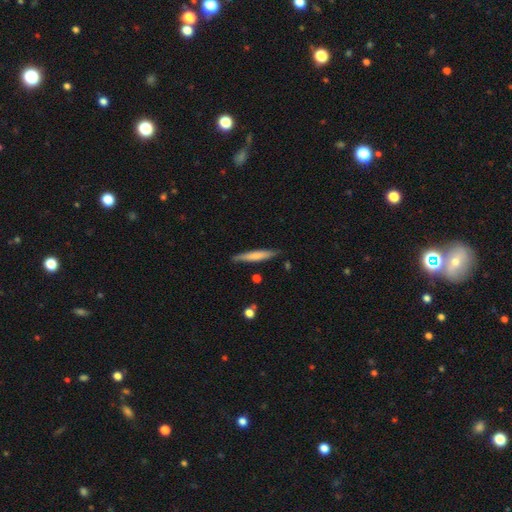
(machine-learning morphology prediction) Overall: smooth (64%; featured or disk 30%). How rounded: cigar-shaped (91%). Merging: none (83%).